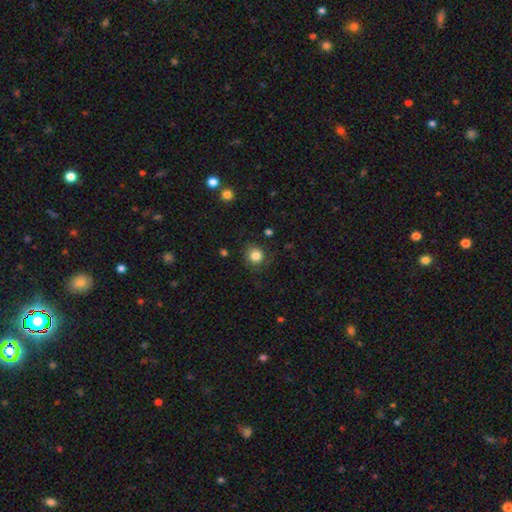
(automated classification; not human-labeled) Smooth or featured: smooth — 83% (star or artifact — 11%)
How rounded: round — 88% (in between — 11%)
Merging: none — 80% (minor disturbance — 14%)